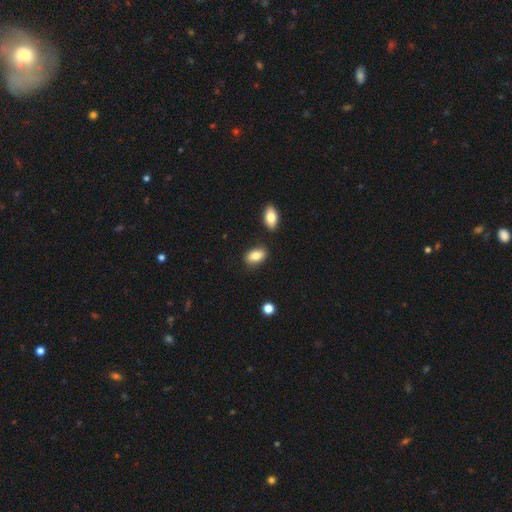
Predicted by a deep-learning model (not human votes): Smooth or featured?
  - smooth: 85% *
  - featured or disk: 8%
  - star or artifact: 7%
How rounded?
  - in between: 91% *
  - round: 7%
  - cigar-shaped: 3%
Merging?
  - none: 81% *
  - minor disturbance: 11%
  - merger: 5%
  - major disturbance: 3%